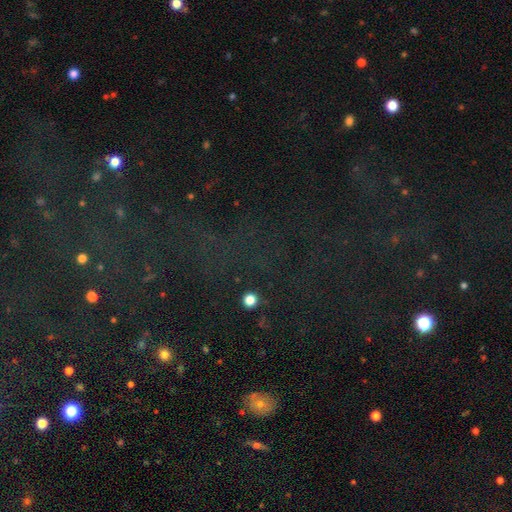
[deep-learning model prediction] This appears to be a star or artifact, not a galaxy (73%).